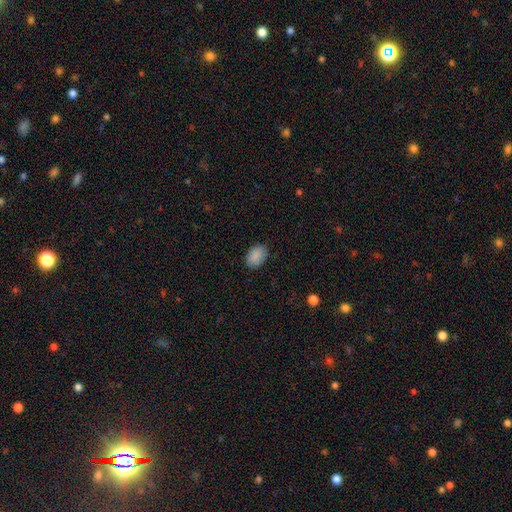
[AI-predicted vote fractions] This is clearly a smooth galaxy (89%). How rounded: clearly in between (83%). Merging: clearly none (84%).